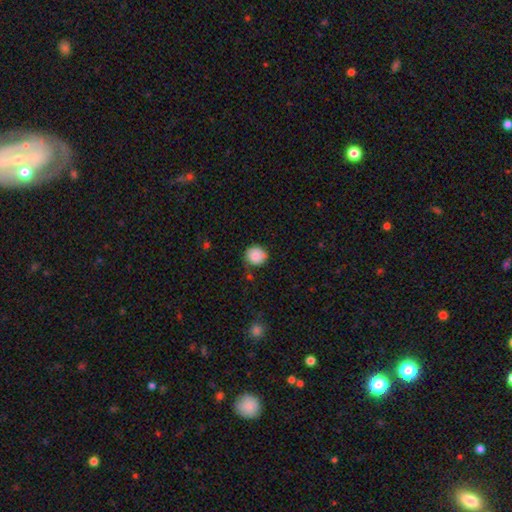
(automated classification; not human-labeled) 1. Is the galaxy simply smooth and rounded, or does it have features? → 86% smooth, 8% star or artifact, 6% featured or disk.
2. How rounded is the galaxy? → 85% round, 14% in between, 1% cigar-shaped.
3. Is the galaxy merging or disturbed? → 73% none, 20% minor disturbance, 4% major disturbance, 2% merger.